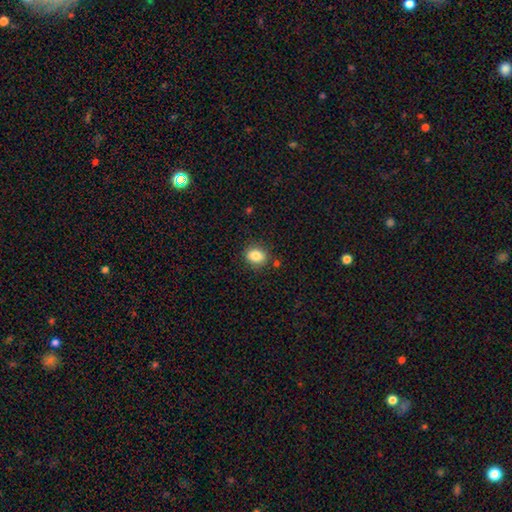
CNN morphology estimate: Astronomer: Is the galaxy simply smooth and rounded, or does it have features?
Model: smooth — 84%.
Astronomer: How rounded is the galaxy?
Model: in between — 53% (runner-up: round, 46%).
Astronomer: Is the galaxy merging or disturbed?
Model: none — 83%.